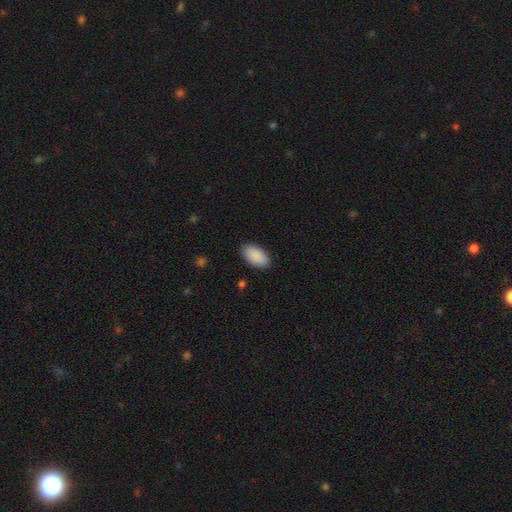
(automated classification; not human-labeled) Smooth or featured: smooth — 91% (star or artifact — 6%)
How rounded: in between — 95% (round — 3%)
Merging: none — 88% (minor disturbance — 9%)